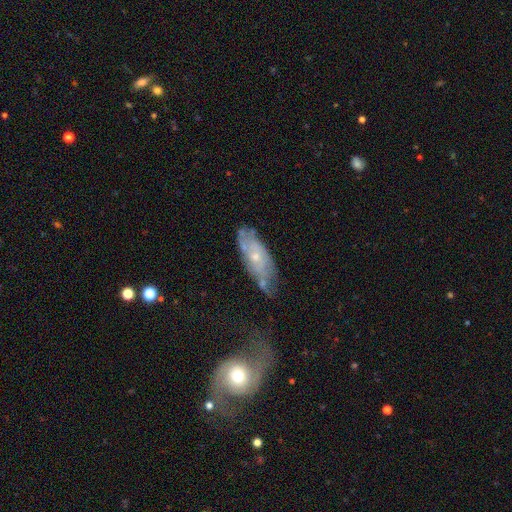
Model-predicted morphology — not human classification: featured or disk 63%, smooth 30%, star or artifact 7%. Down the decision tree: edge-on disk — no (84%); bar — no (79%); spiral arms — yes (64%); bulge size — small (65%); merging — none (56%).